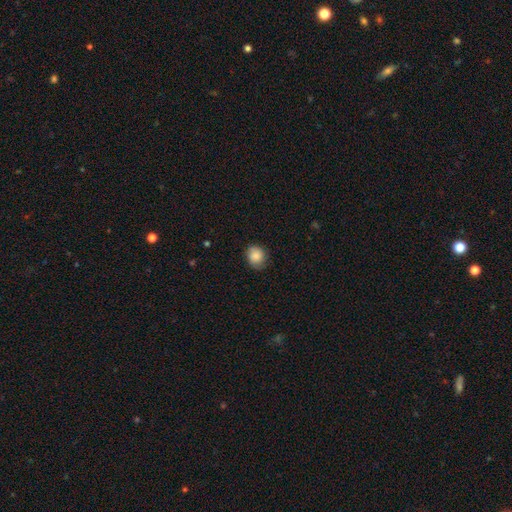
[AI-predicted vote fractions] smooth-or-featured: smooth: 83% | featured or disk: 9% | star or artifact: 8%
  how-rounded: round: 72% | in between: 28% | cigar-shaped: 1%
  merging: none: 78% | minor disturbance: 18% | major disturbance: 4% | merger: 1%